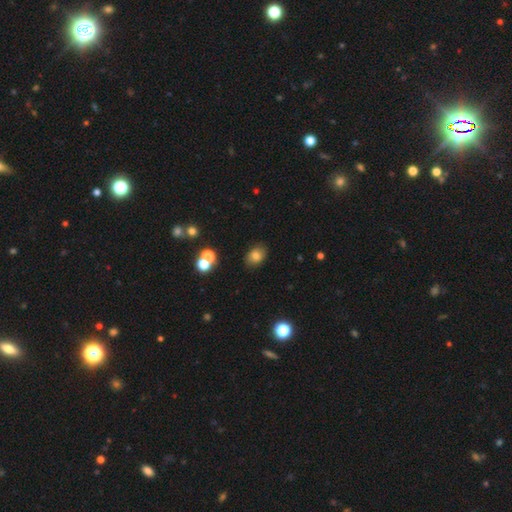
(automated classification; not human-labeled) smooth 78%, star or artifact 12%, featured or disk 10%. Down the decision tree: how rounded — in between (70%); merging — none (84%).